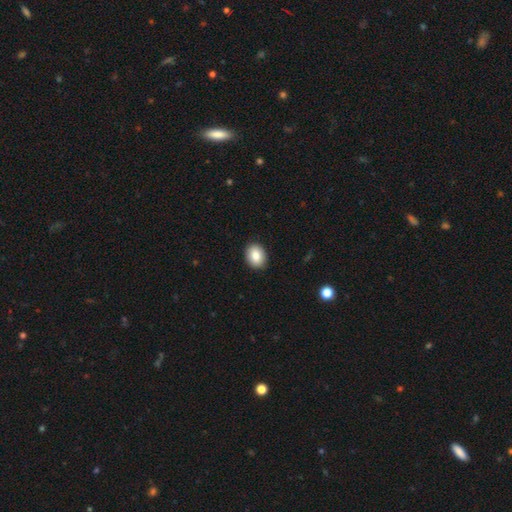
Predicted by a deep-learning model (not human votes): Smooth or featured? smooth (85%)
How rounded? in between (56%)
Merging? none (91%)